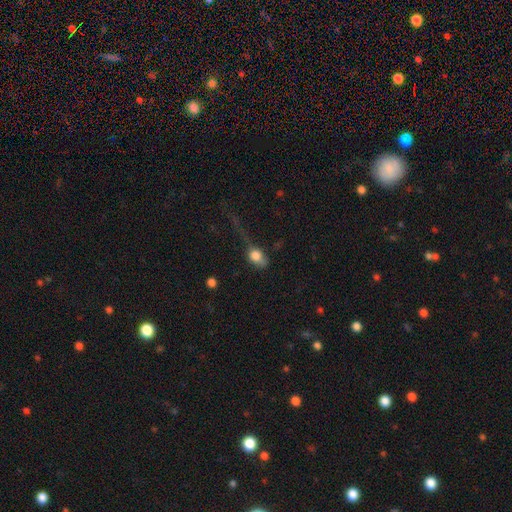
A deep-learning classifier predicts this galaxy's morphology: The model was most divided on "merging": major disturbance: 48%, none: 23%, minor disturbance: 23%, merger: 6%. More confident: smooth or featured — smooth (72%); how rounded — in between (62%).